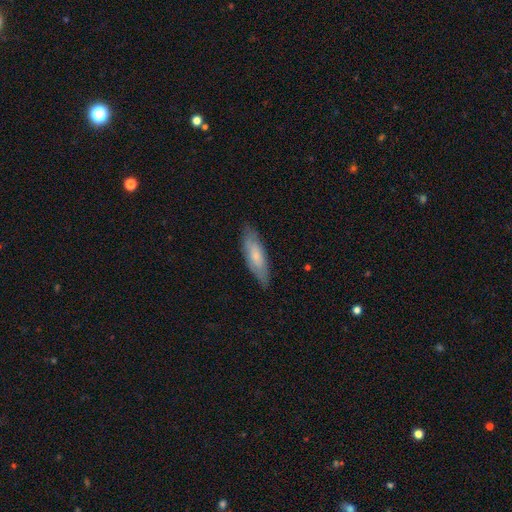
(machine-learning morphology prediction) Smooth or featured: smooth — 61% (featured or disk — 34%)
How rounded: cigar-shaped — 50% (in between — 48%)
Merging: none — 80% (minor disturbance — 16%)